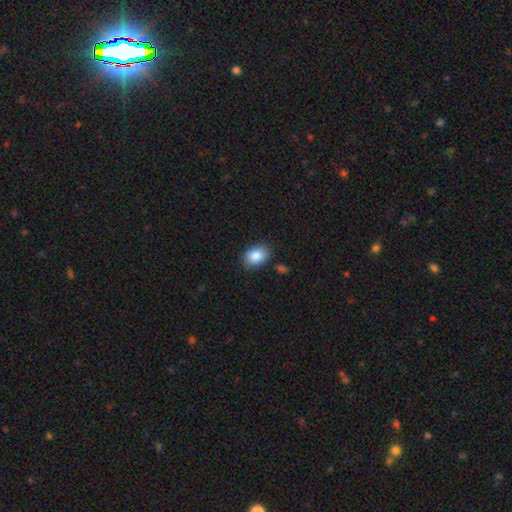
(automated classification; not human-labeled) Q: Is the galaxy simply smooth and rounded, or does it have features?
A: smooth — 87%.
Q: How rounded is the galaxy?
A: in between — 80%.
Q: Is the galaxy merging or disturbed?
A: none — 84%.